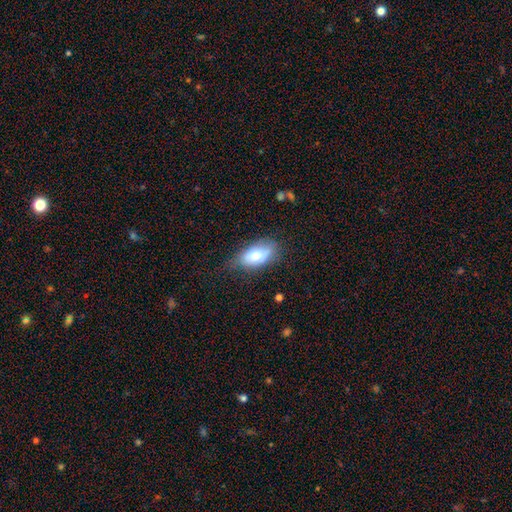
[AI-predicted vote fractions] Smooth or featured? smooth (69%)
How rounded? in between (89%)
Merging? none (67%)